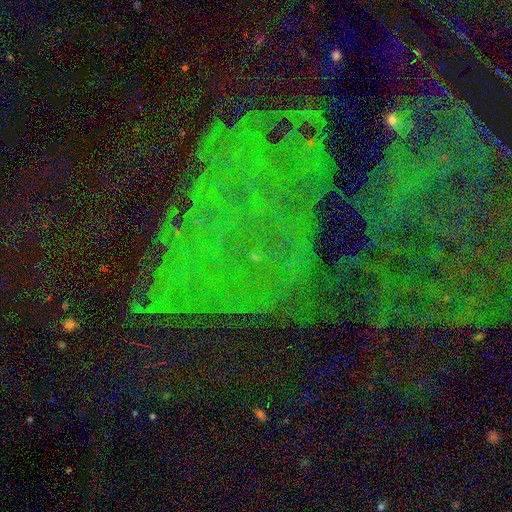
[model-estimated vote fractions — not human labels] Morphology: type=star or artifact (77%).